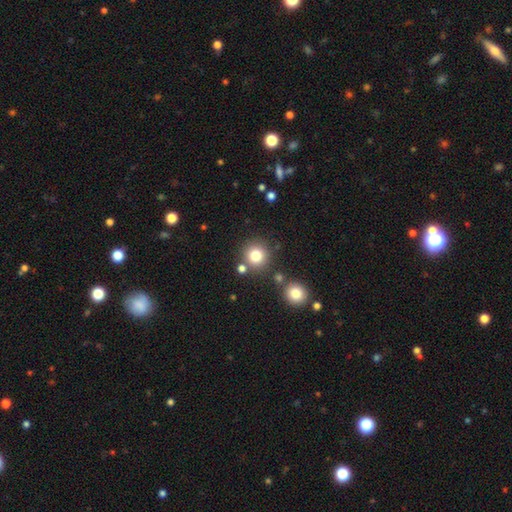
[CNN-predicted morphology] This appears to be a smooth galaxy with no disk features (79%) that is round (93%). Merging: none (80%).